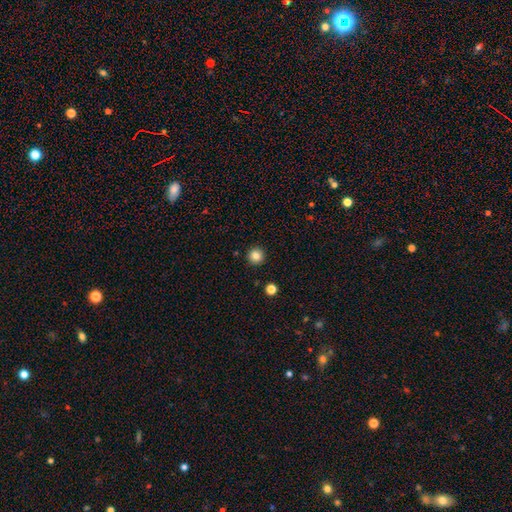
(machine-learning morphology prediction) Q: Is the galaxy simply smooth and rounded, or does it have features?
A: smooth — 84%.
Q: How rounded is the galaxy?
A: round — 96%.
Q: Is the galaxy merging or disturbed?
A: none — 93%.